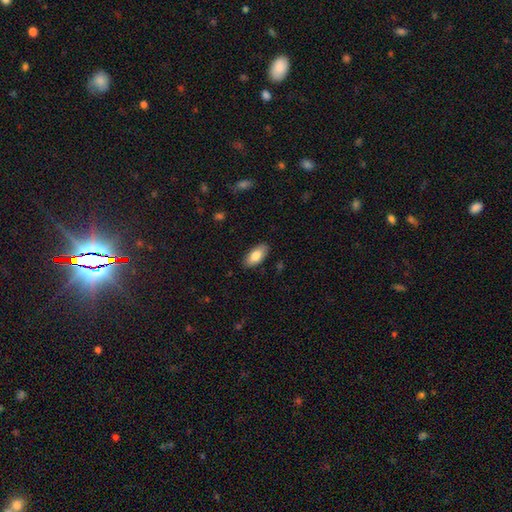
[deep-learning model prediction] Smooth or featured: smooth — 81% (featured or disk — 12%)
How rounded: in between — 91% (cigar-shaped — 7%)
Merging: none — 87% (minor disturbance — 10%)